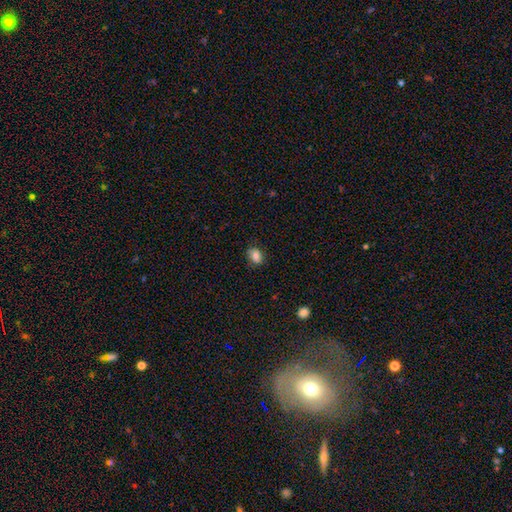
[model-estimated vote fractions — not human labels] Smooth or featured?
  - smooth: 78% *
  - featured or disk: 12%
  - star or artifact: 10%
How rounded?
  - in between: 65% *
  - round: 34%
  - cigar-shaped: 1%
Merging?
  - none: 79% *
  - minor disturbance: 17%
  - major disturbance: 3%
  - merger: 1%